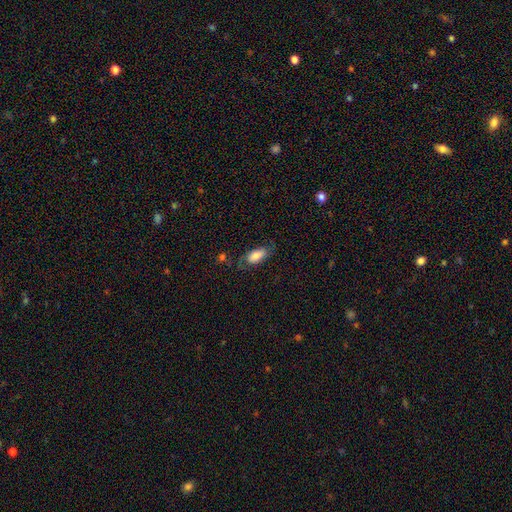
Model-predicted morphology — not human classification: Q: Smooth or featured?
A: smooth (65%); runner-up: featured or disk (27%)
Q: How rounded?
A: in between (86%); runner-up: cigar-shaped (10%)
Q: Merging?
A: none (63%); runner-up: minor disturbance (23%)